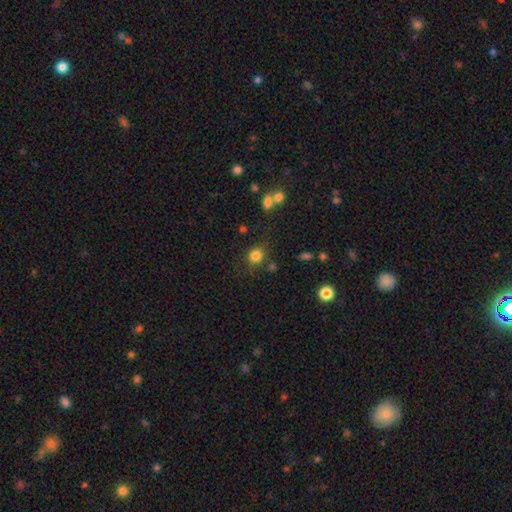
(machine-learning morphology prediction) A smooth galaxy with no disk features (82%) that is round (78%).

Vote fractions:
- Smooth or featured? smooth: 82% / star or artifact: 12% / featured or disk: 6%
- How rounded? round: 78% / in between: 21% / cigar-shaped: 1%
- Merging? none: 75% / minor disturbance: 13% / merger: 6% / major disturbance: 5%